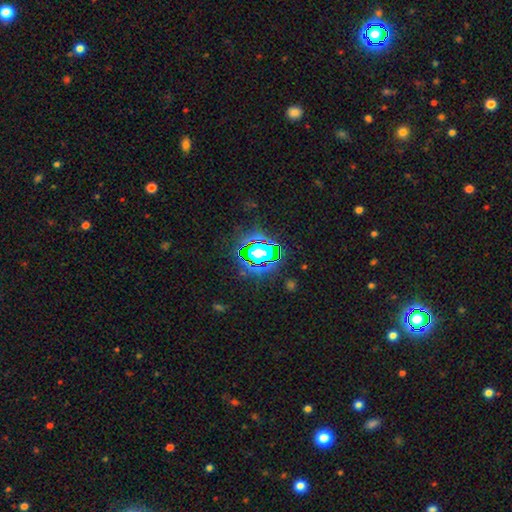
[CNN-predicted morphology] star or artifact 67%, smooth 20%, featured or disk 13%.